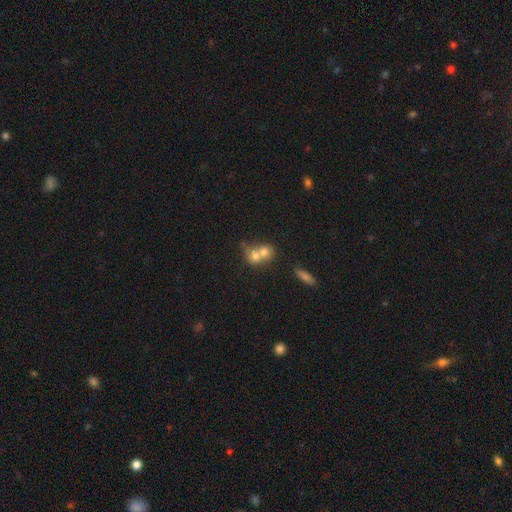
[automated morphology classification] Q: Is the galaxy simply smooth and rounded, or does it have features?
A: smooth — 70%.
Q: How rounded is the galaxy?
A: round — 68%.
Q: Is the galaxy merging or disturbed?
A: merger — 69%.